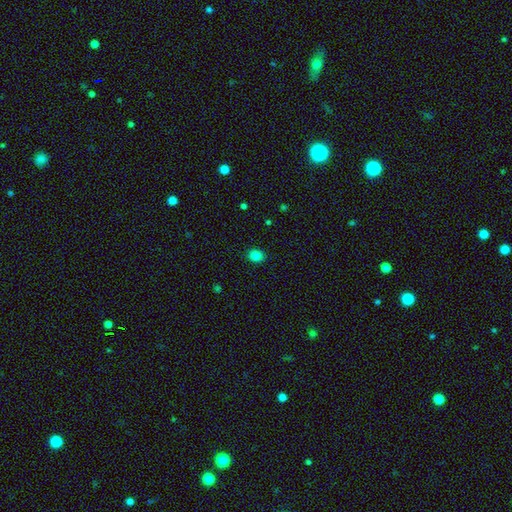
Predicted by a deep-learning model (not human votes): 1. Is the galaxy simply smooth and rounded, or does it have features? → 84% smooth, 12% star or artifact, 4% featured or disk.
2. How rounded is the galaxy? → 58% round, 41% in between, 1% cigar-shaped.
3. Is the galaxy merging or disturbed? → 90% none, 7% minor disturbance, 2% major disturbance, 1% merger.